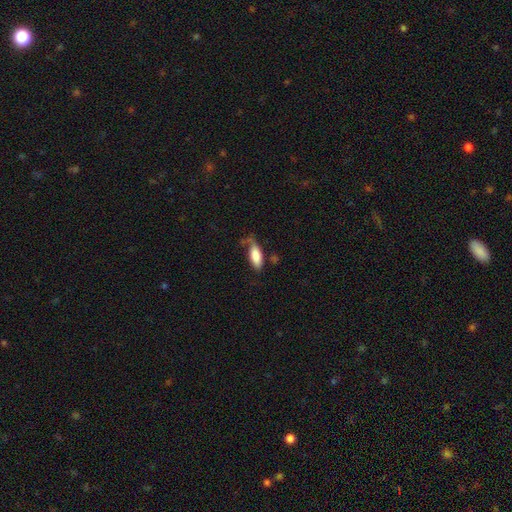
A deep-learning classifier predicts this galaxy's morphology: smooth 82%, featured or disk 12%, star or artifact 6%. Down the decision tree: how rounded — in between (82%); merging — none (45%).